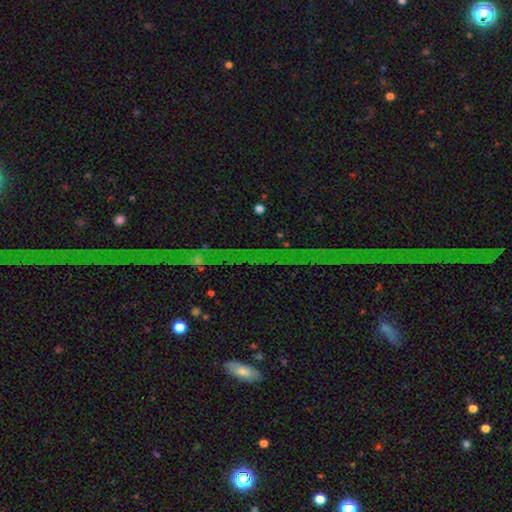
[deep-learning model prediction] Morphology: type=star or artifact (82%).